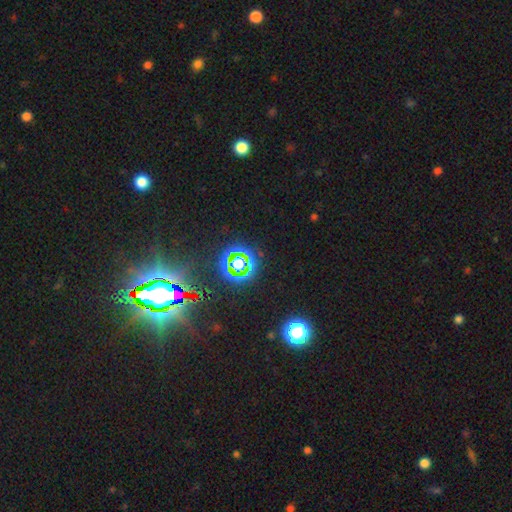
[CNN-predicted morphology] The model was most divided on "smooth or featured": star or artifact: 81%, smooth: 12%, featured or disk: 7%.